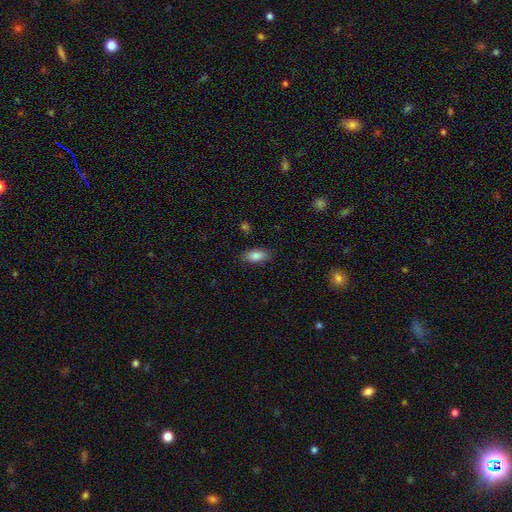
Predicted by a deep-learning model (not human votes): This is clearly a smooth galaxy (85%). How rounded: clearly in between (88%). Merging: clearly none (86%).